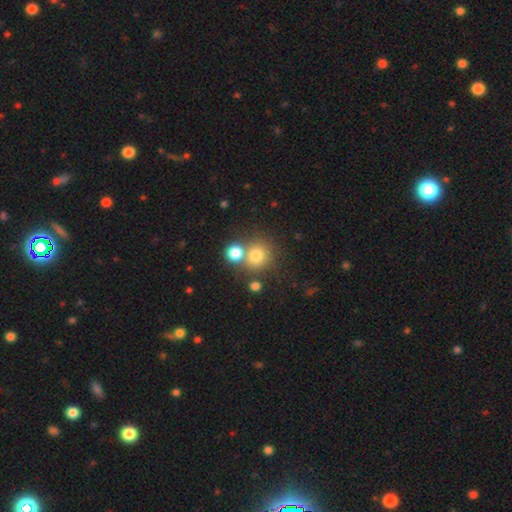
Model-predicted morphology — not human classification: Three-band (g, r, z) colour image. It shows a smooth galaxy with no disk features (76%) that is round (88%). Merging: none (55%).